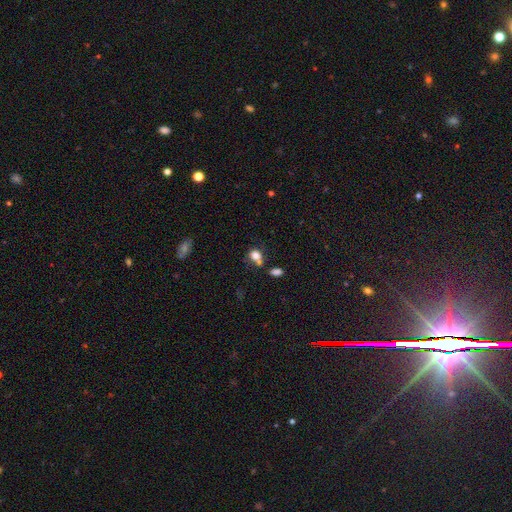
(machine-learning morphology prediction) This is likely a smooth galaxy (79%). How rounded: possibly in between (51%). Merging: marginally none (41%).